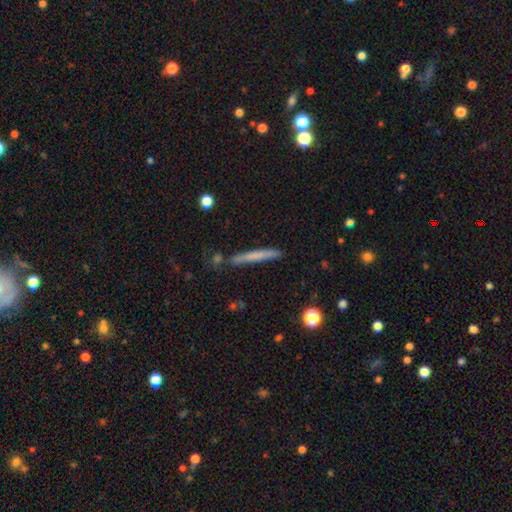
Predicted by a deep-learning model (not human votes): Smooth or featured? Predicted: smooth (p=0.63). How rounded? Predicted: cigar-shaped (p=0.96). Merging? Predicted: none (p=0.83).